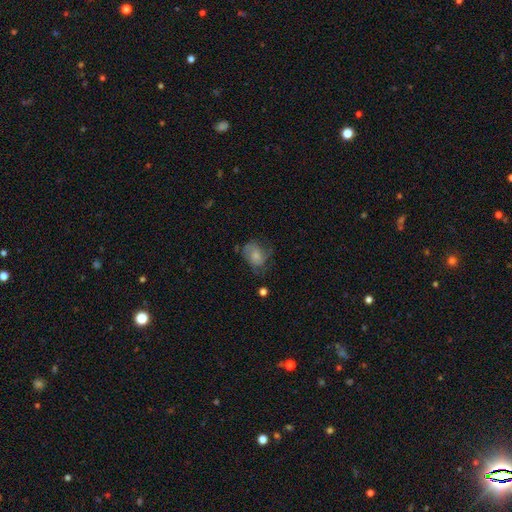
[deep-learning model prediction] This is possibly a featured or disk galaxy (46%). Merging: possibly none (46%).